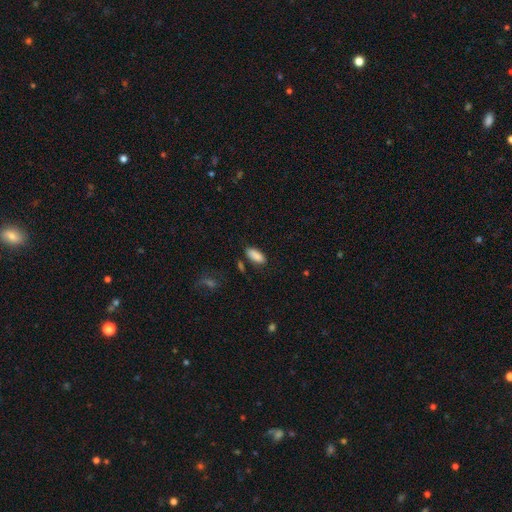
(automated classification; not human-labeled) Smooth or featured? Predicted: smooth (p=0.89). How rounded? Predicted: in between (p=0.85). Merging? Predicted: none (p=0.83).